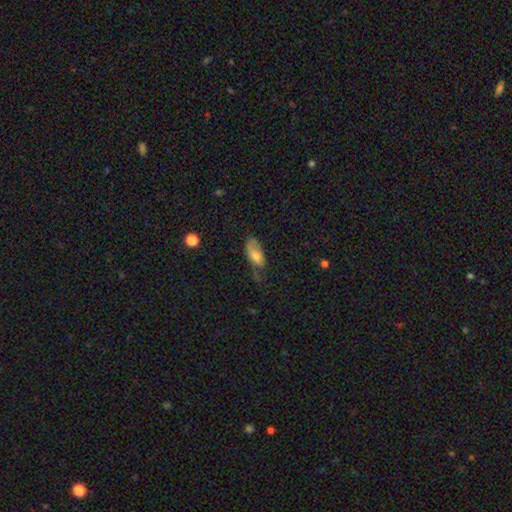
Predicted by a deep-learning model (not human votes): smooth-or-featured: smooth: 70% | featured or disk: 22% | star or artifact: 8%
  how-rounded: in between: 88% | cigar-shaped: 9% | round: 4%
  merging: none: 38% | minor disturbance: 34% | major disturbance: 25% | merger: 3%